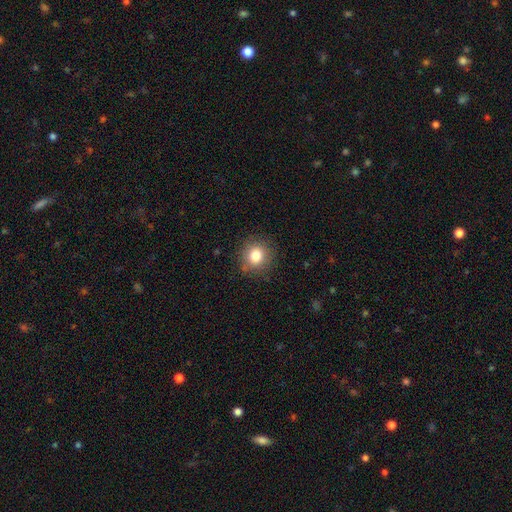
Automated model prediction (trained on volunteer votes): Morphology: type=smooth (81%); roundness=round (89%); merging=none (87%).